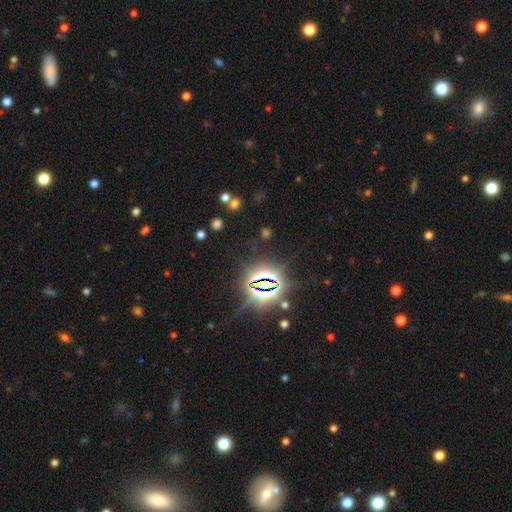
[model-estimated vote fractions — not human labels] Smooth or featured? star or artifact (84%)